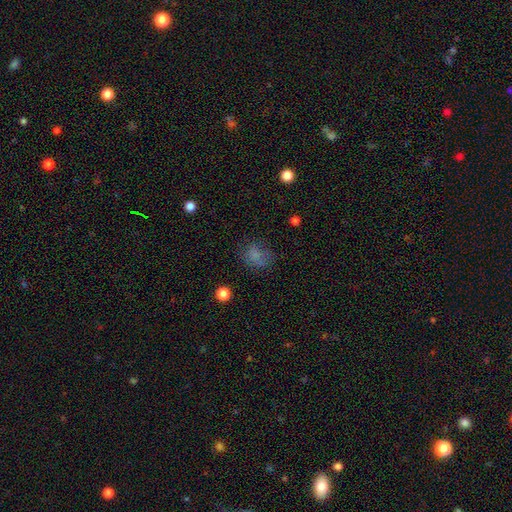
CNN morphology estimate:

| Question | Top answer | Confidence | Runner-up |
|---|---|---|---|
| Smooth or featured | smooth | 67% | star or artifact (17%) |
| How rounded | round | 49% | tied: in between (49%) |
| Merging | none | 52% | minor disturbance (23%) |